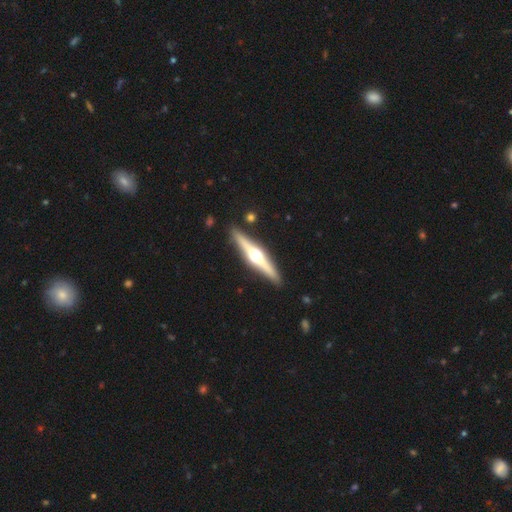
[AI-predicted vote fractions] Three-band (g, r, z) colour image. It shows a featured or disk galaxy (77%) viewed edge-on (98%) with a rounded central bulge (96%). Merging: none (90%).